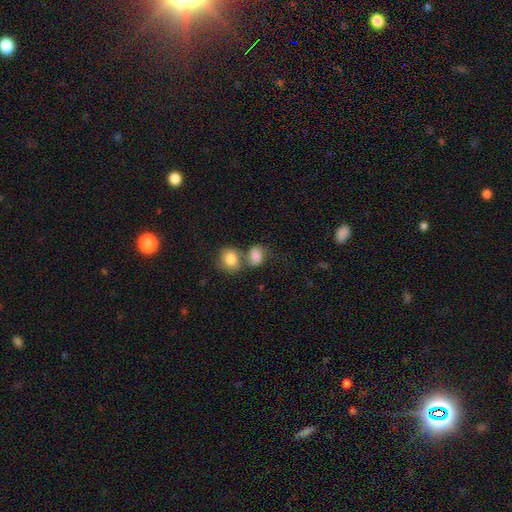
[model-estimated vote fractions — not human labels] The model was most divided on "merging": merger: 49%, none: 32%, minor disturbance: 12%, major disturbance: 7%. More confident: smooth or featured — smooth (82%); how rounded — in between (63%).